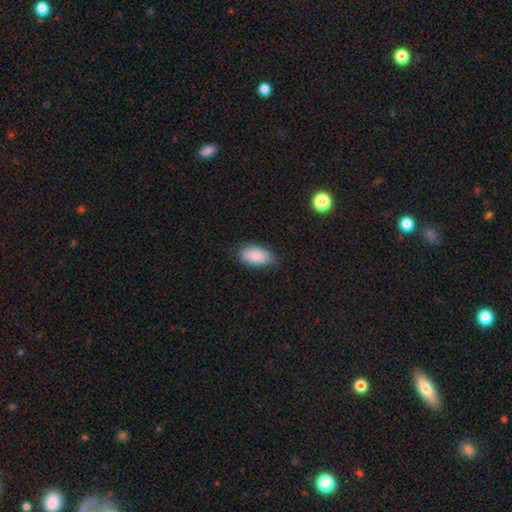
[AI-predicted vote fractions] The model was most divided on "merging": none: 76%, minor disturbance: 20%, major disturbance: 3%, merger: 1%. More confident: how rounded — in between (93%); smooth or featured — smooth (87%).